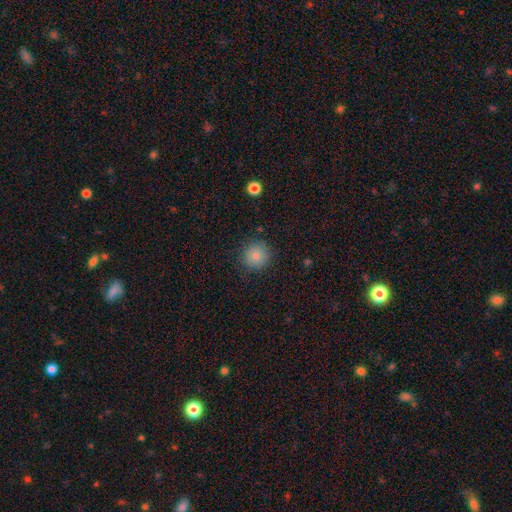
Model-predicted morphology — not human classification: This is clearly a smooth galaxy (80%). How rounded: clearly round (91%). Merging: clearly none (86%).